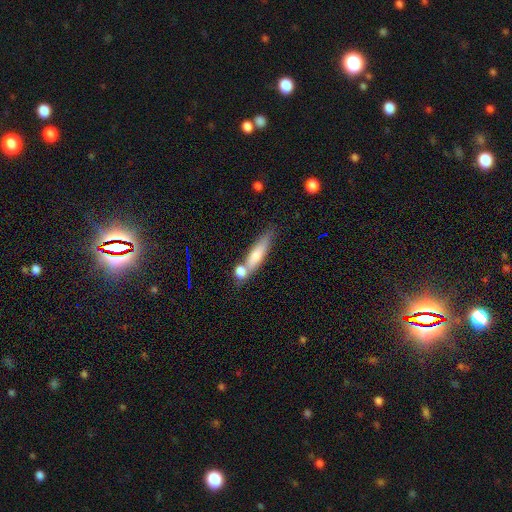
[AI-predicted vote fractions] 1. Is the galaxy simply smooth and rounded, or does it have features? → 61% smooth, 30% featured or disk, 10% star or artifact.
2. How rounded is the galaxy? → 77% cigar-shaped, 20% in between, 3% round.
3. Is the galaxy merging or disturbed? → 64% none, 18% merger, 14% minor disturbance, 4% major disturbance.